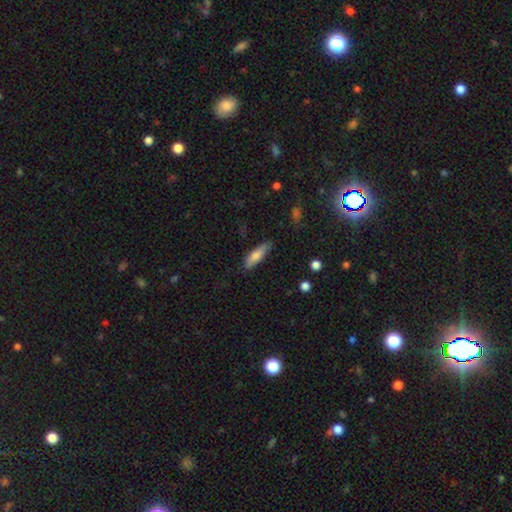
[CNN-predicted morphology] Smooth or featured: smooth — 76% (featured or disk — 18%)
How rounded: cigar-shaped — 57% (in between — 41%)
Merging: none — 77% (minor disturbance — 18%)